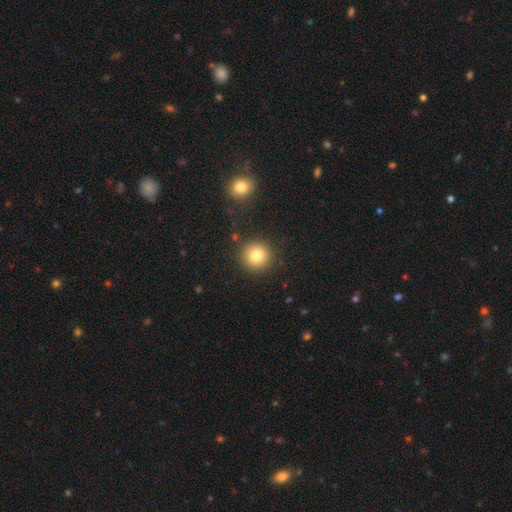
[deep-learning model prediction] Overall: smooth (81%). How rounded: round (94%). Merging: none (88%).